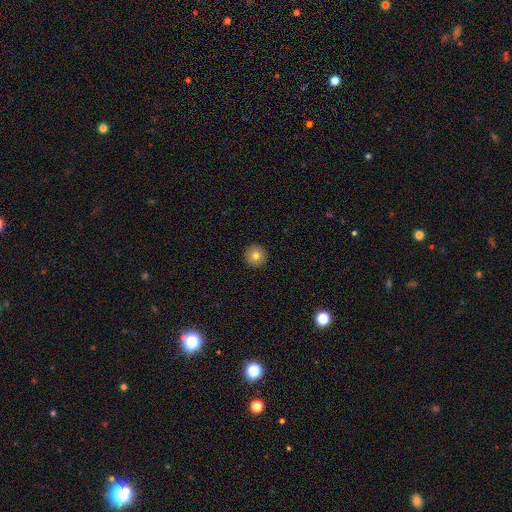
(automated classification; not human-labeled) Smooth or featured?
  - smooth: 80% *
  - star or artifact: 10%
  - featured or disk: 10%
How rounded?
  - round: 97% *
  - in between: 2%
  - cigar-shaped: 1%
Merging?
  - none: 94% *
  - minor disturbance: 4%
  - major disturbance: 1%
  - merger: 1%